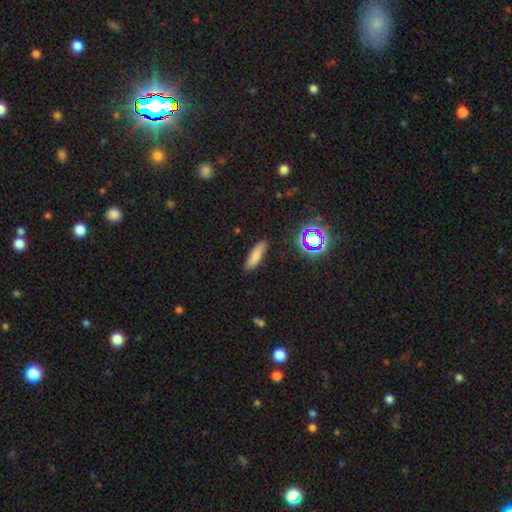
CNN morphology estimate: This is likely a smooth galaxy (77%). How rounded: likely cigar-shaped (64%). Merging: clearly none (86%).